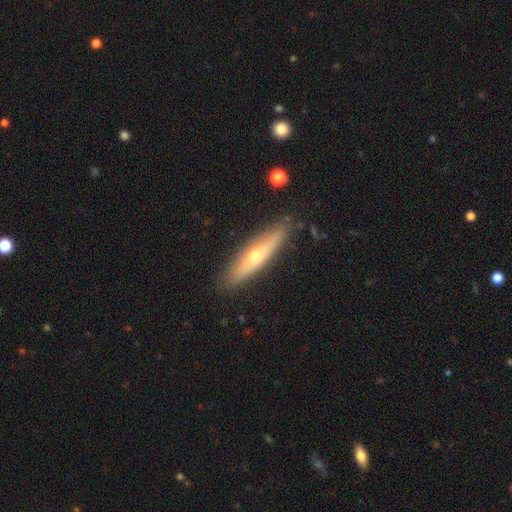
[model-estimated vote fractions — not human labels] smooth-or-featured: featured or disk: 49% | smooth: 45% | star or artifact: 7%
  merging: none: 86% | minor disturbance: 10% | major disturbance: 2% | merger: 2%